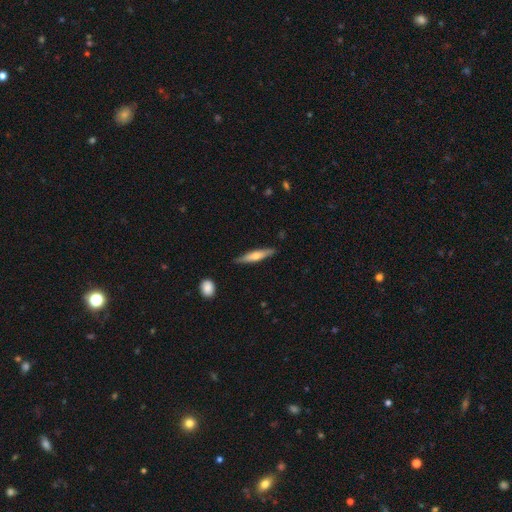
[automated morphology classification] smooth-or-featured: smooth: 50% | featured or disk: 45% | star or artifact: 6%
  merging: none: 85% | minor disturbance: 11% | major disturbance: 2% | merger: 2%